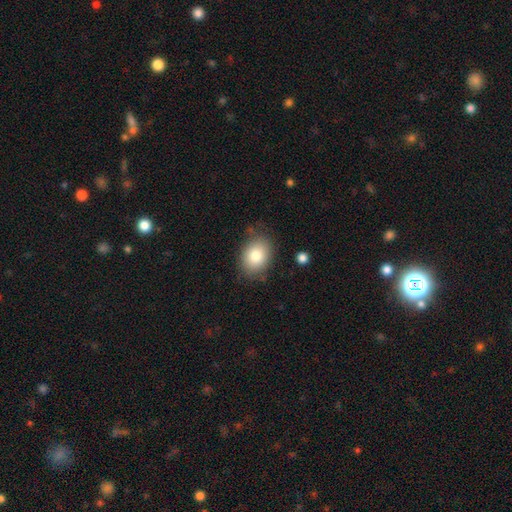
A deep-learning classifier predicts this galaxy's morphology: smooth-or-featured: smooth: 81% | featured or disk: 11% | star or artifact: 9%
  how-rounded: in between: 64% | round: 35% | cigar-shaped: 1%
  merging: none: 78% | minor disturbance: 15% | major disturbance: 4% | merger: 2%